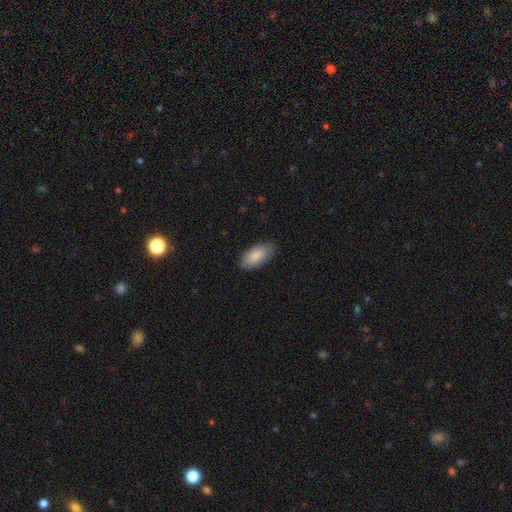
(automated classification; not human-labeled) A smooth galaxy with no disk features (87%) that is in between round and cigar-shaped (92%). Merging: none (84%).